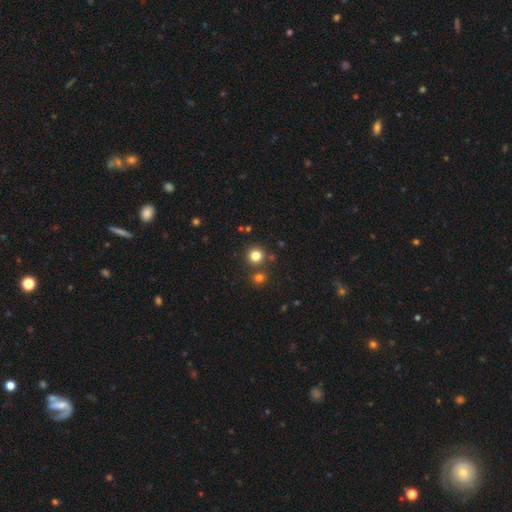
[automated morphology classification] Smooth or featured? Predicted: smooth (p=0.80). How rounded? Predicted: round (p=0.92). Merging? Predicted: none (p=0.80).